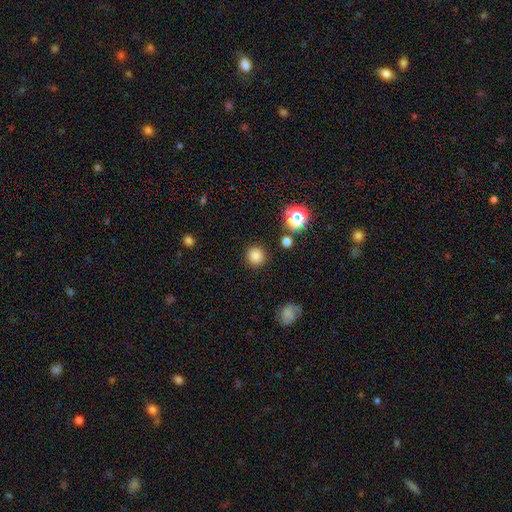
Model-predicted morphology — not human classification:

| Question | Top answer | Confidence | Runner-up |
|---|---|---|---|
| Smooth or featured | smooth | 81% | star or artifact (14%) |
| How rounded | round | 93% | in between (6%) |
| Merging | none | 89% | minor disturbance (6%) |